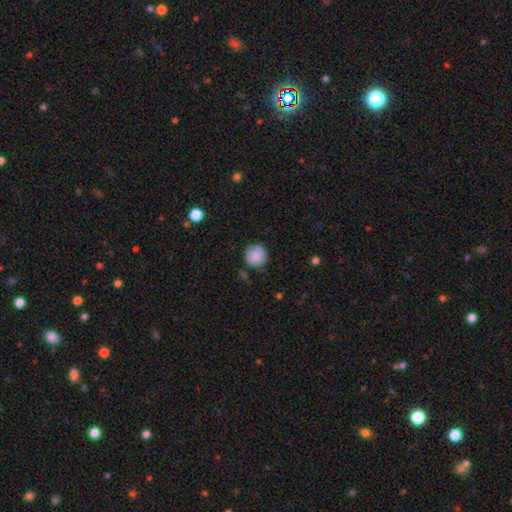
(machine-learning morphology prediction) type=smooth (86%); roundness=round (94%); merging=none (83%).